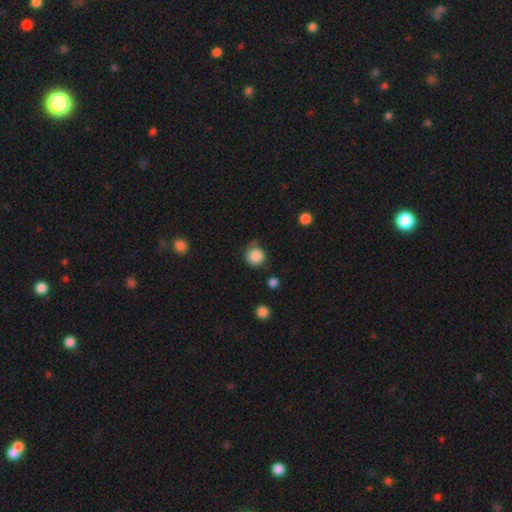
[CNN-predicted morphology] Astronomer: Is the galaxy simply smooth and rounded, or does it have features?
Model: smooth — 86%.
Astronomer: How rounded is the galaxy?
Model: round — 90%.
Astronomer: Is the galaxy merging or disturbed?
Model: none — 65%.